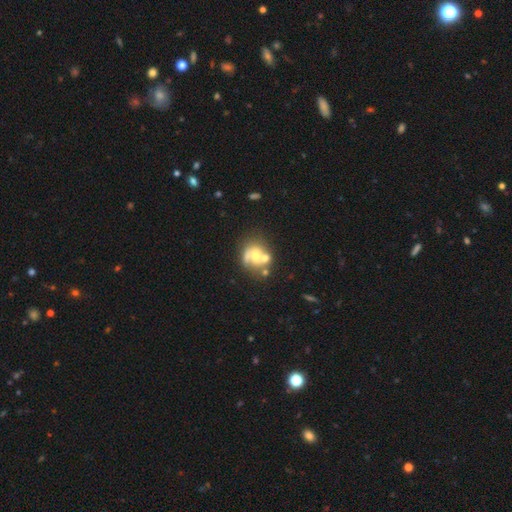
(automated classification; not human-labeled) Q: Smooth or featured?
A: featured or disk (48%); runner-up: smooth (41%)
Q: Merging?
A: merger (42%); runner-up: none (30%)